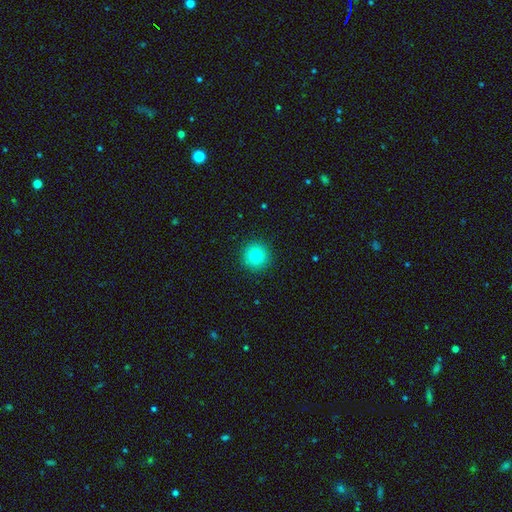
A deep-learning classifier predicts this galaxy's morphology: This is clearly a smooth galaxy (81%). How rounded: clearly round (95%). Merging: clearly none (92%).